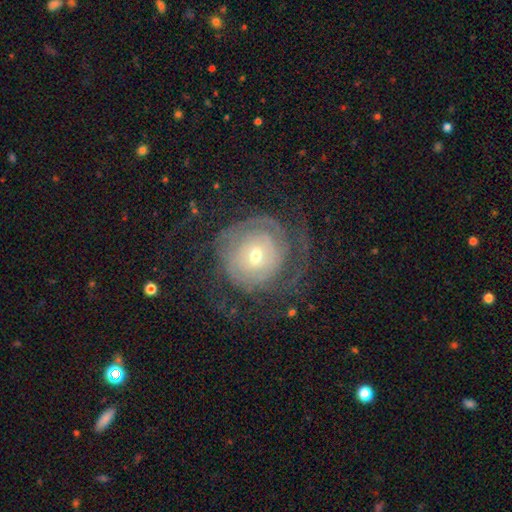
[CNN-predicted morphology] featured or disk 76%, smooth 17%, star or artifact 8%. Down the decision tree: edge-on disk — no (97%); bar — no (68%); spiral arms — yes (86%); spiral arm count — can't tell (45%); spiral winding — tight (72%); bulge size — small (55%); merging — none (62%).